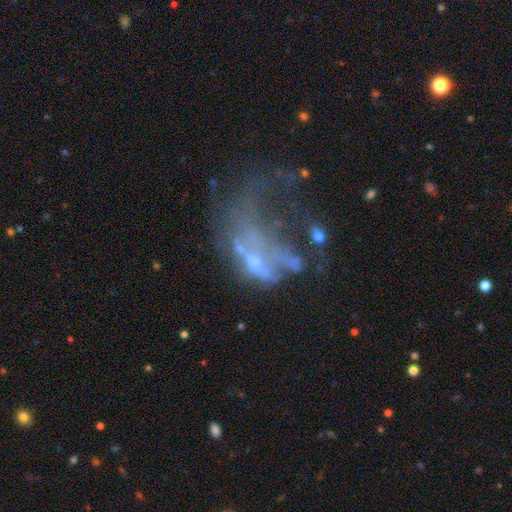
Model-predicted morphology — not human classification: smooth-or-featured: featured or disk: 61% | star or artifact: 20% | smooth: 19%
  disk-edge-on: no: 95% | yes: 5%
    bar: no: 83% | weak: 13% | strong: 4%
    has-spiral-arms: no: 86% | yes: 14%
    bulge-size: none: 45% | small: 29% | moderate: 21% | large: 3% | dominant: 2%
  merging: major disturbance: 51% | merger: 24% | none: 15% | minor disturbance: 10%